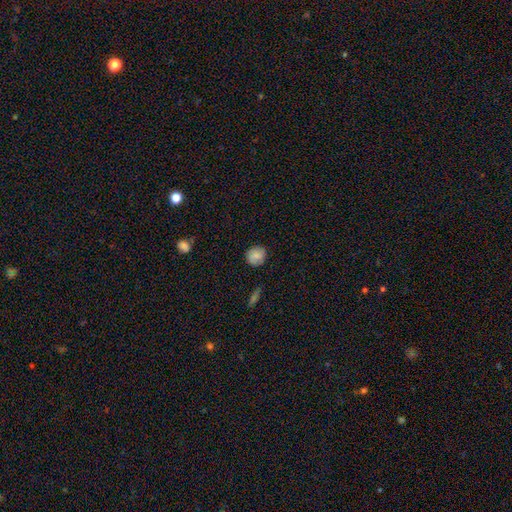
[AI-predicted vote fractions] Morphology: type=smooth (71%); roundness=round (82%); merging=none (81%).